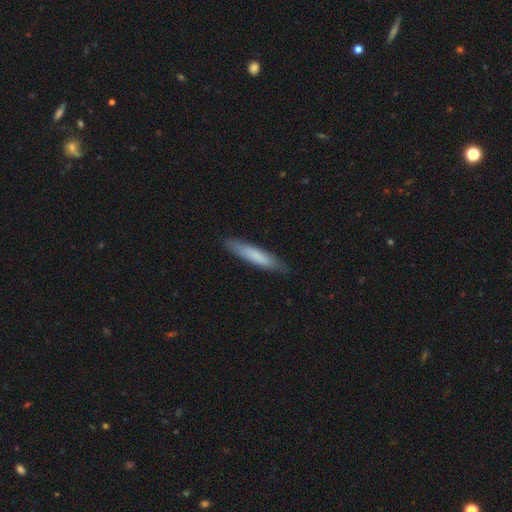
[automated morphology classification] type=smooth (75%); roundness=cigar-shaped (88%); merging=none (85%).